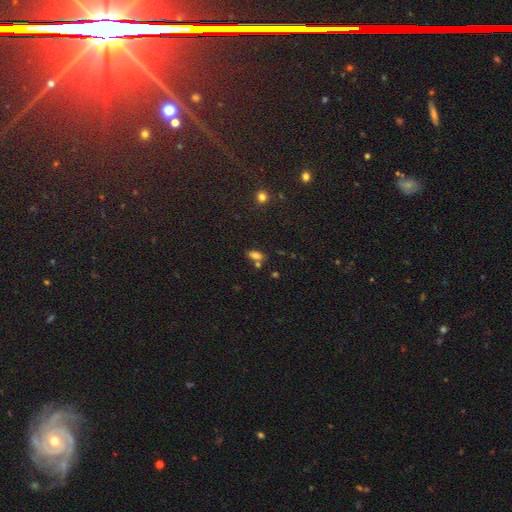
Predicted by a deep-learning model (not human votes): Smooth or featured: smooth — 75% (star or artifact — 15%)
How rounded: in between — 84% (cigar-shaped — 9%)
Merging: none — 59% (merger — 24%)